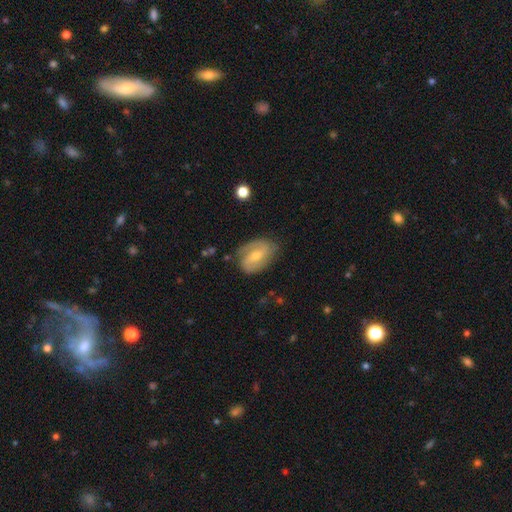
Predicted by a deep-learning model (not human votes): The model was most divided on "bulge size": moderate: 53%, small: 43%, large: 2%, none: 2%, dominant: 1%. Remaining: edge-on disk — no (96%); spiral arms — yes (92%); spiral arm count — 2 (82%); smooth or featured — featured or disk (77%); merging — none (75%); bar — weak (46%); spiral winding — medium (44%).